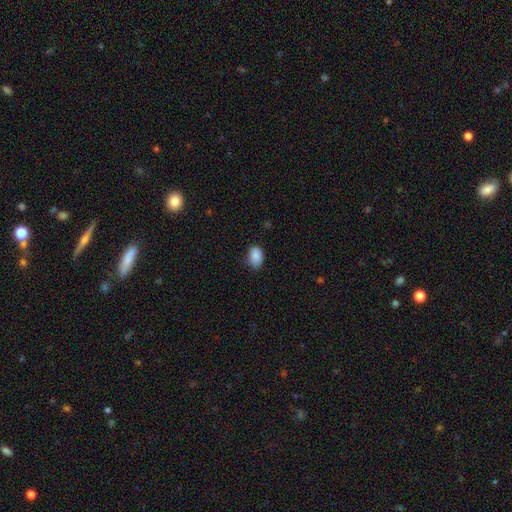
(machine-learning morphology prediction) A smooth galaxy with no disk features (88%) that is in between round and cigar-shaped (84%).

Vote fractions:
- Smooth or featured? smooth: 88% / star or artifact: 8% / featured or disk: 4%
- How rounded? in between: 84% / round: 15% / cigar-shaped: 1%
- Merging? none: 76% / minor disturbance: 20% / major disturbance: 3% / merger: 1%